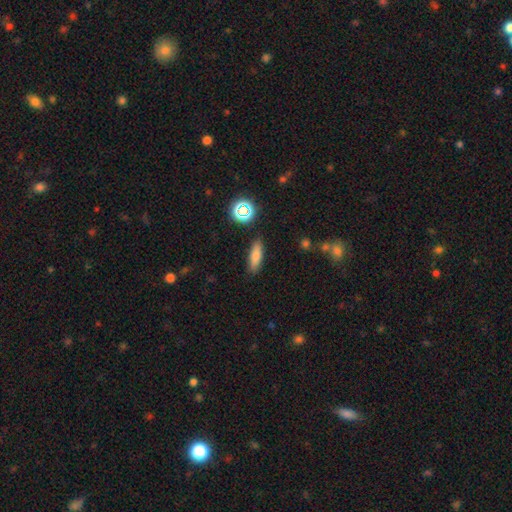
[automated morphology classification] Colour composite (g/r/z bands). It shows a smooth galaxy with no disk features (77%) that is cigar-shaped (50%). Merging: none (87%).